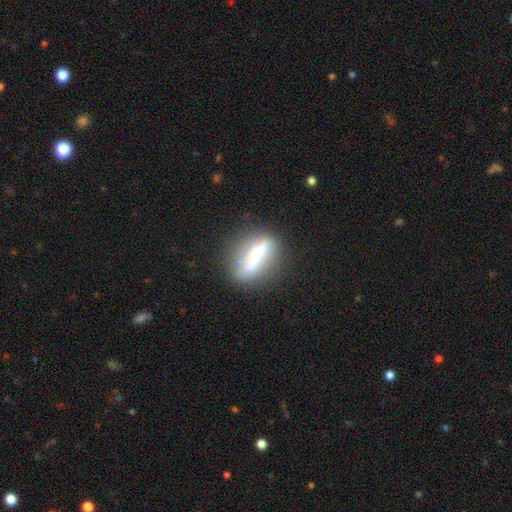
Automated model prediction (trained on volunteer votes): This appears to be a smooth galaxy with no disk features (45%, tied with featured or disk). Merging: none (70%).